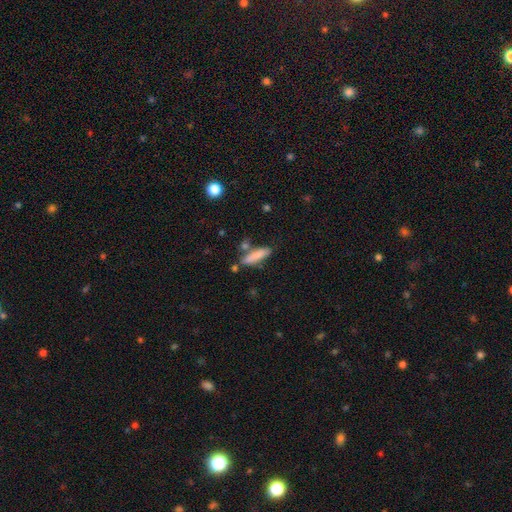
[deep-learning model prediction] smooth 81%, featured or disk 12%, star or artifact 7%. Down the decision tree: how rounded — cigar-shaped (66%); merging — none (68%).